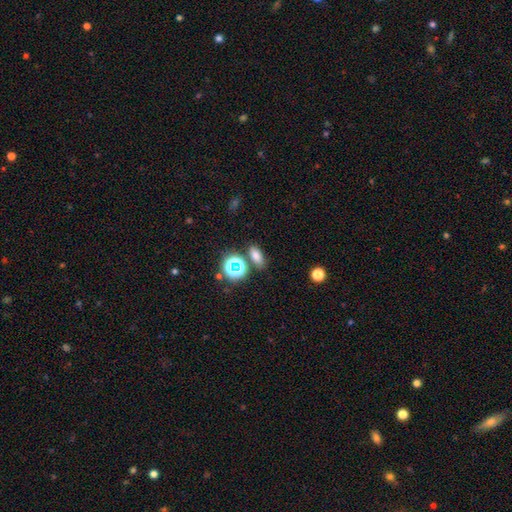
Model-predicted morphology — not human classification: Smooth or featured?
  - smooth: 70% *
  - star or artifact: 21%
  - featured or disk: 9%
How rounded?
  - in between: 80% *
  - round: 14%
  - cigar-shaped: 6%
Merging?
  - none: 78% *
  - minor disturbance: 11%
  - merger: 8%
  - major disturbance: 3%